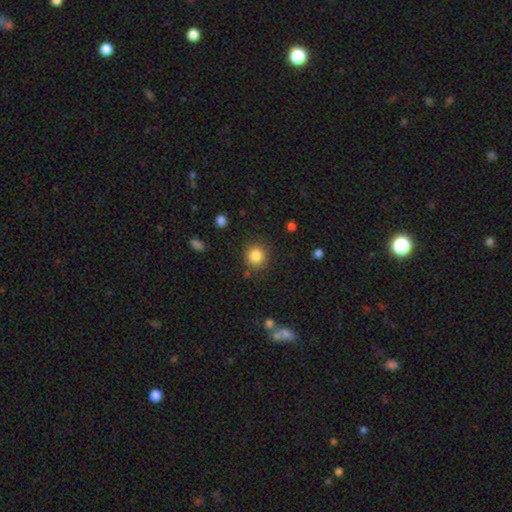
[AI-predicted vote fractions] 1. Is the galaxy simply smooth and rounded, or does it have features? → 84% smooth, 11% star or artifact, 5% featured or disk.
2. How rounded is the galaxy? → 90% round, 9% in between, 1% cigar-shaped.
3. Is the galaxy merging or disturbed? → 85% none, 9% minor disturbance, 3% major disturbance, 2% merger.